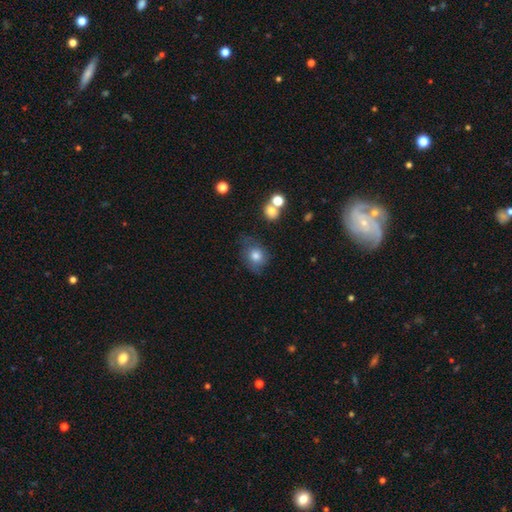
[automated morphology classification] smooth-or-featured: smooth: 76% | featured or disk: 14% | star or artifact: 10%
  how-rounded: round: 67% | in between: 32% | cigar-shaped: 1%
  merging: none: 58% | minor disturbance: 27% | major disturbance: 11% | merger: 4%